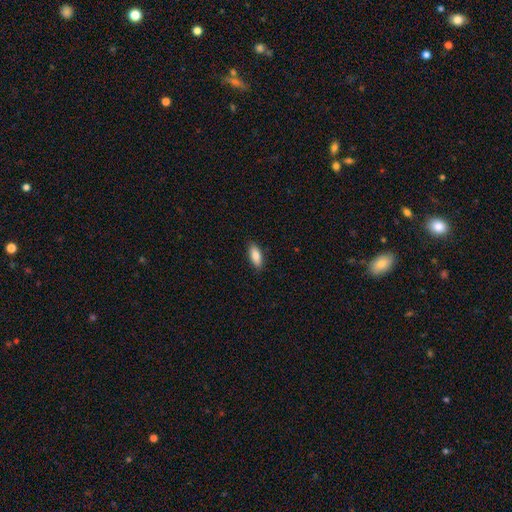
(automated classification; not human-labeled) This appears to be a smooth galaxy with no disk features (85%) that is in between round and cigar-shaped (78%). Merging: none (87%).